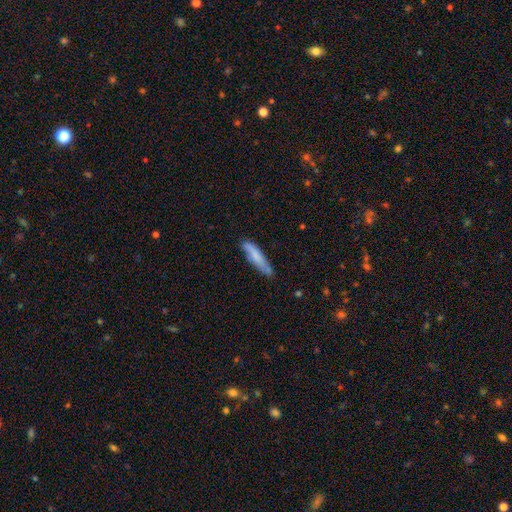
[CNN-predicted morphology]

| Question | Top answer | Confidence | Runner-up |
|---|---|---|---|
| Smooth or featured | smooth | 73% | featured or disk (21%) |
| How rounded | cigar-shaped | 85% | in between (13%) |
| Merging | none | 73% | minor disturbance (20%) |